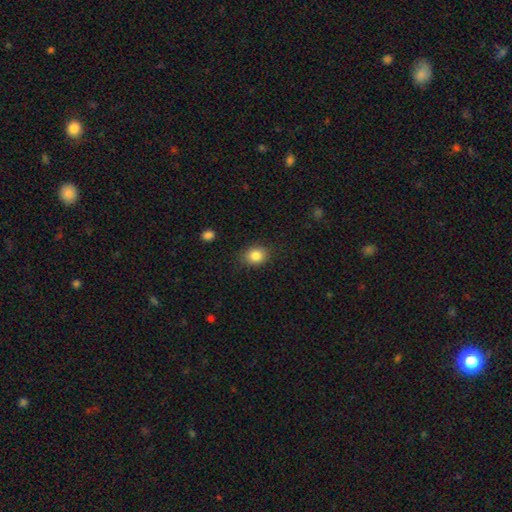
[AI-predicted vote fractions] Morphology: type=smooth (84%); roundness=round (58%); merging=none (84%).